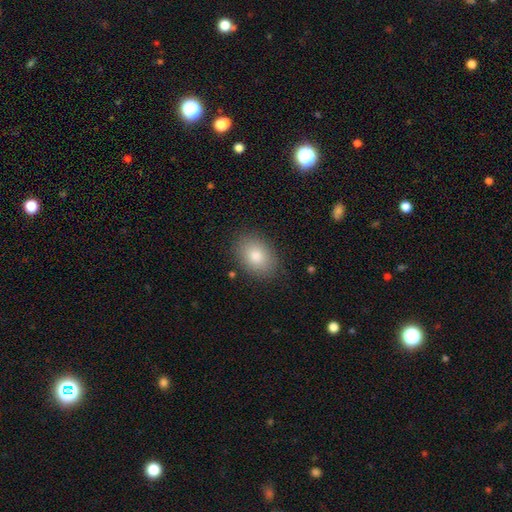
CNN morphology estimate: Overall: smooth (82%). How rounded: in between (77%). Merging: none (87%).